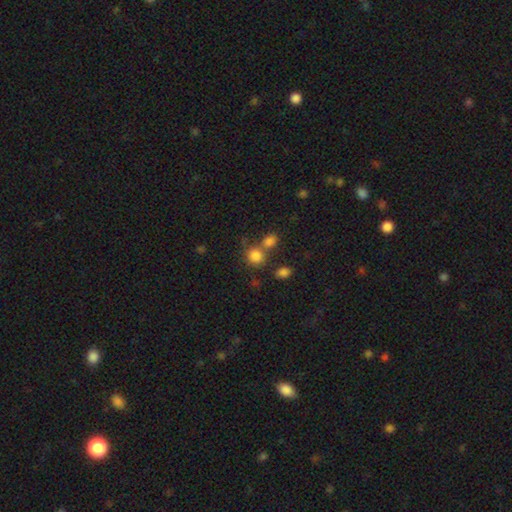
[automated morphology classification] A smooth galaxy with no disk features (81%) that is round (79%). Merging: none (54%).